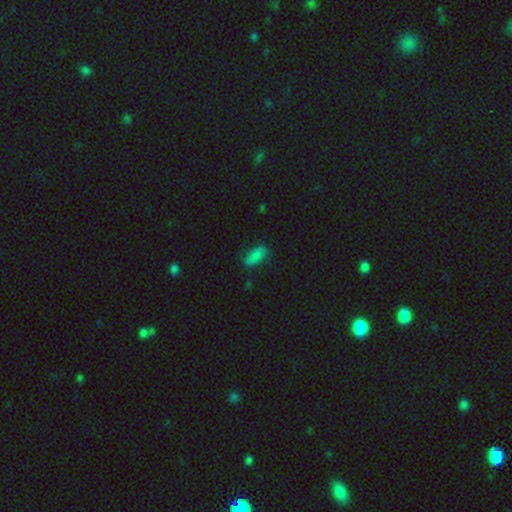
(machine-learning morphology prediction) Smooth or featured?
  - smooth: 82% *
  - star or artifact: 9%
  - featured or disk: 9%
How rounded?
  - in between: 80% *
  - cigar-shaped: 17%
  - round: 3%
Merging?
  - none: 69% *
  - minor disturbance: 24%
  - major disturbance: 6%
  - merger: 2%